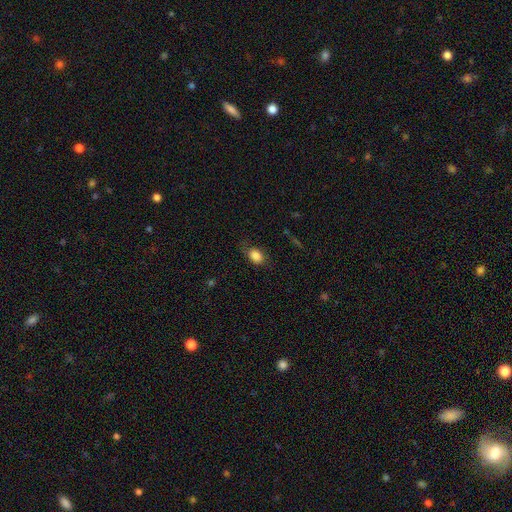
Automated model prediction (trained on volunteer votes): smooth_or_featured: smooth (p=0.83) [alt: star or artifact p=0.09]
how_rounded: in between (p=0.77) [alt: round p=0.21]
merging: none (p=0.68) [alt: minor disturbance p=0.22]